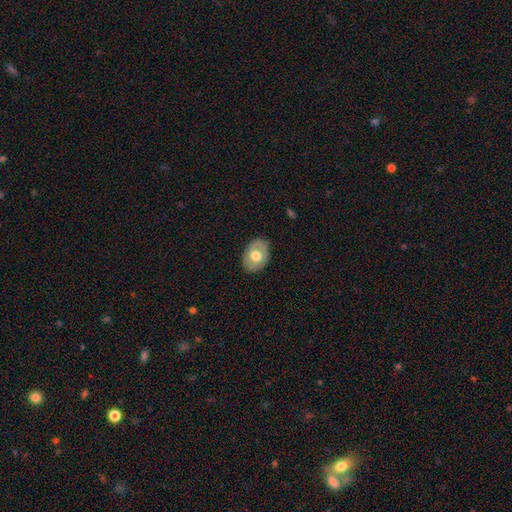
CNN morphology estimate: Smooth or featured: smooth — 55% (featured or disk — 38%)
How rounded: in between — 72% (round — 28%)
Merging: none — 81% (minor disturbance — 14%)